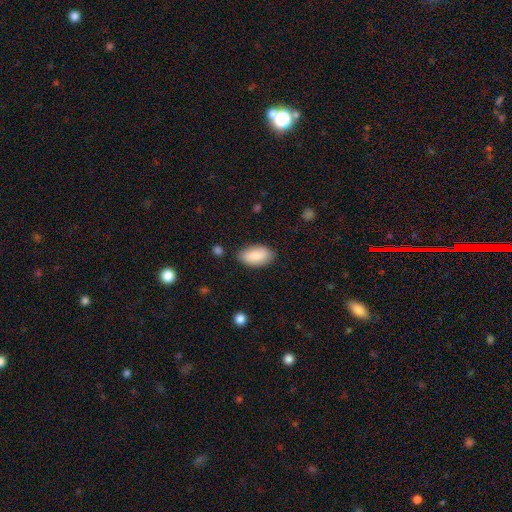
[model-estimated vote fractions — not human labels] A smooth galaxy with no disk features (86%) that is in between round and cigar-shaped (94%). Merging: none (82%).